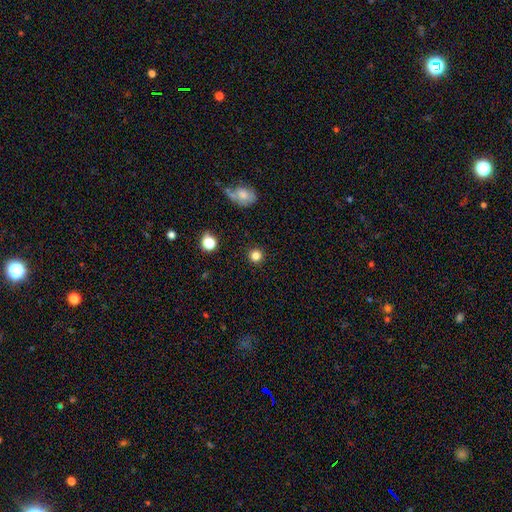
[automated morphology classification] This is clearly a smooth galaxy (82%). How rounded: clearly round (93%). Merging: clearly none (91%).